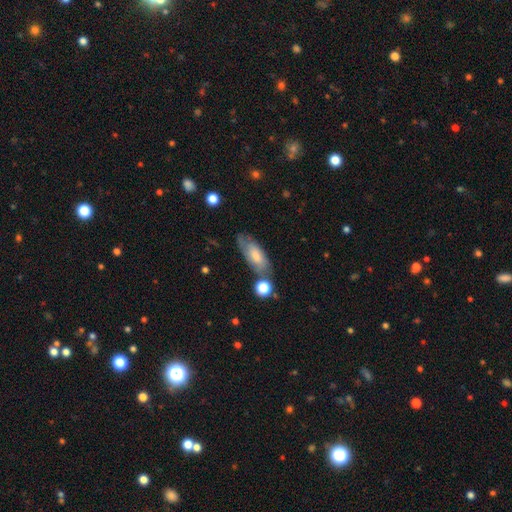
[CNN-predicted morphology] A smooth galaxy with no disk features (67%) that is in between round and cigar-shaped (76%). Merging: none (60%).